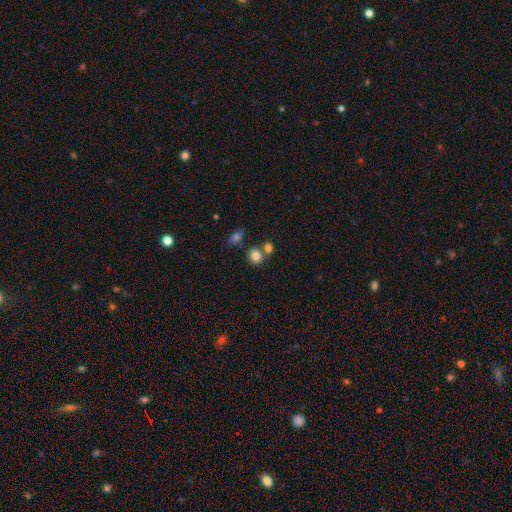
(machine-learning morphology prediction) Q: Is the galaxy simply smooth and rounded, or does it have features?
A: smooth — 82%.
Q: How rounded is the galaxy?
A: round — 79%.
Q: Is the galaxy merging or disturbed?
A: none — 62%.